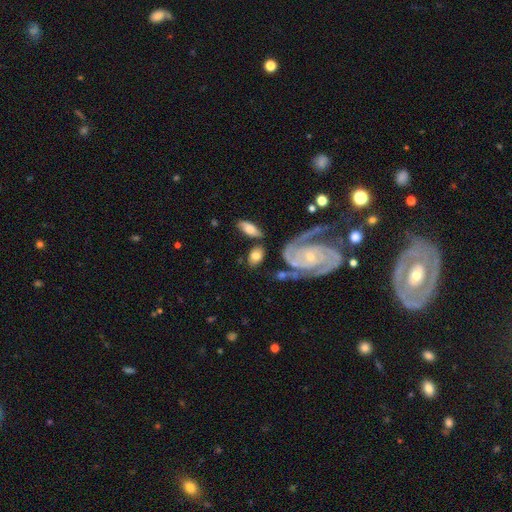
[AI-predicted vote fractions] The model was most divided on "smooth or featured": smooth: 57%, featured or disk: 36%, star or artifact: 6%. More confident: how rounded — in between (83%); merging — none (65%).